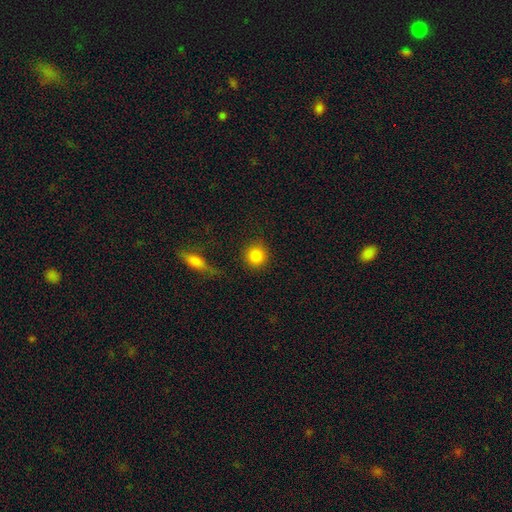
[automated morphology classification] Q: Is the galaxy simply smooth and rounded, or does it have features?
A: smooth — 85%.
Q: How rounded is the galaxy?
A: round — 93%.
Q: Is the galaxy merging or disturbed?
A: none — 86%.